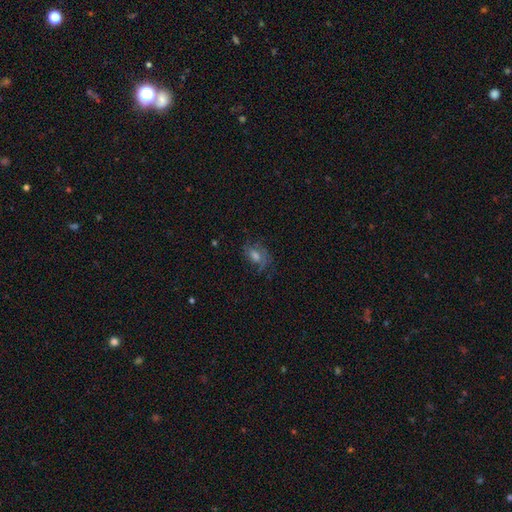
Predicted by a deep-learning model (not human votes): Smooth or featured? Predicted: featured or disk (p=0.48). Merging? Predicted: none (p=0.61).